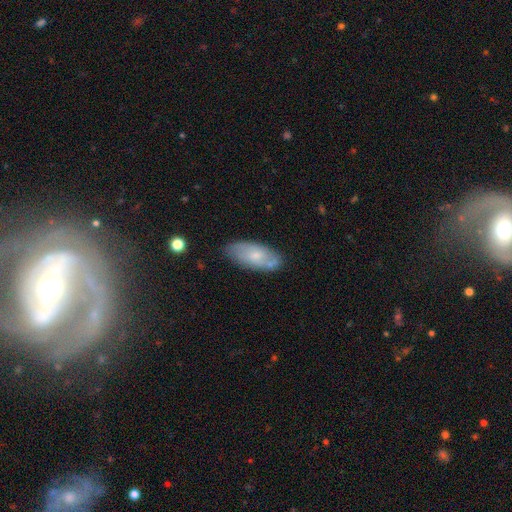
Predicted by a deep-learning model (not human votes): This appears to be a smooth galaxy with no disk features (60%) that is in between round and cigar-shaped (87%). Merging: none (73%).